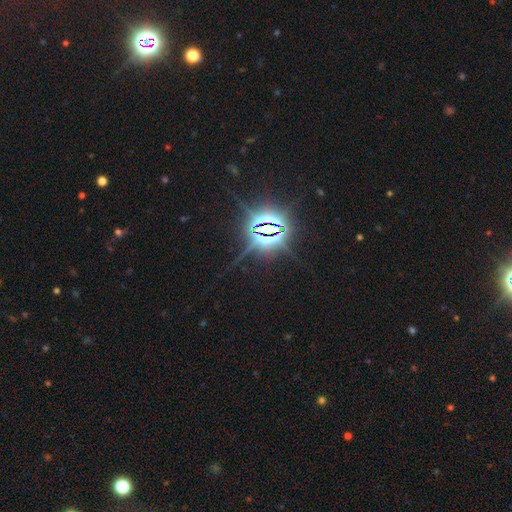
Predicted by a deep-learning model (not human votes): A star or artifact, not a galaxy (86%).